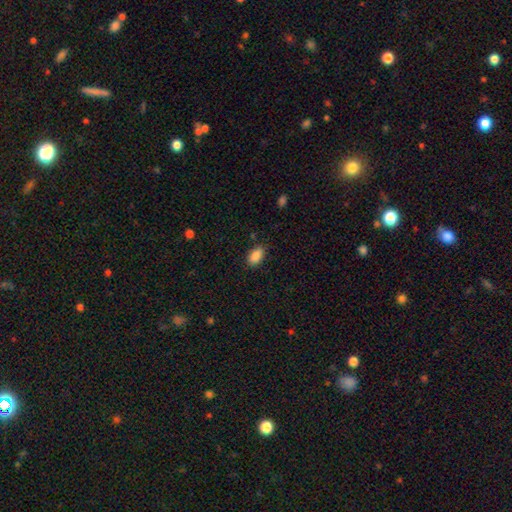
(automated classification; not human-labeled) Smooth or featured?
  - smooth: 88% *
  - star or artifact: 8%
  - featured or disk: 4%
How rounded?
  - in between: 91% *
  - round: 6%
  - cigar-shaped: 3%
Merging?
  - none: 82% *
  - minor disturbance: 14%
  - major disturbance: 3%
  - merger: 1%